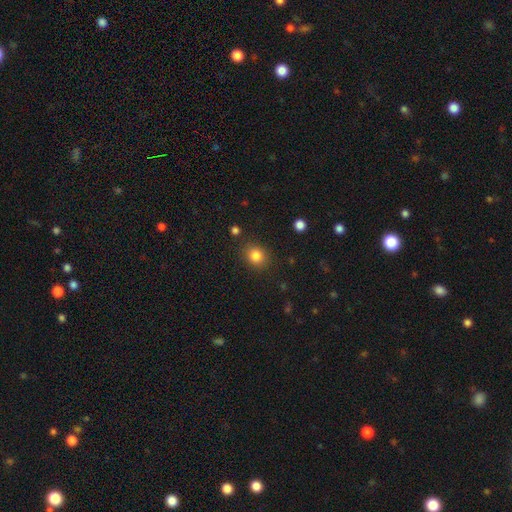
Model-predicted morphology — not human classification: smooth 83%, star or artifact 12%, featured or disk 6%. Down the decision tree: how rounded — round (69%); merging — none (83%).